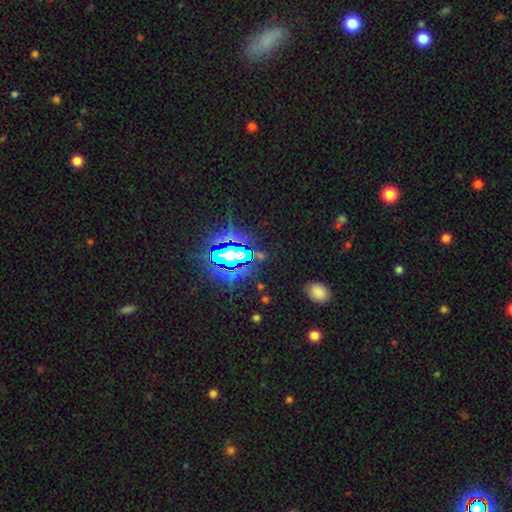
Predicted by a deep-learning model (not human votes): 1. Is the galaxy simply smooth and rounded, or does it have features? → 70% star or artifact, 17% smooth, 13% featured or disk.